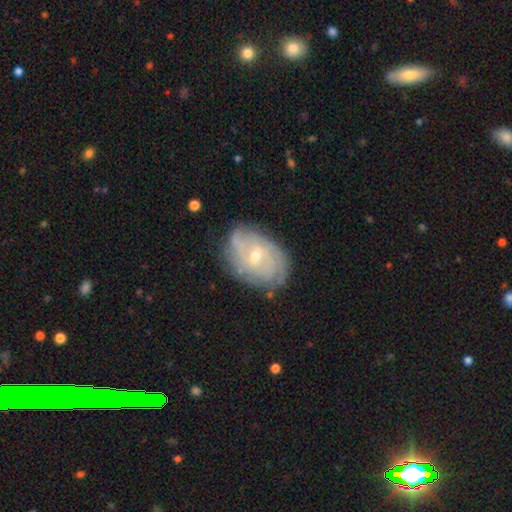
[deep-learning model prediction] smooth_or_featured: featured or disk (p=0.79) [alt: smooth p=0.15]
disk_edge_on: no (p=0.96) [alt: yes p=0.04]
bar: no (p=0.52) [alt: weak p=0.40]
has_spiral_arms: yes (p=0.89) [alt: no p=0.11]
spiral_winding: tight (p=0.66) [alt: medium p=0.25]
spiral_arm_count: can't tell (p=0.47) [alt: 2 p=0.18]
bulge_size: small (p=0.55) [alt: moderate p=0.43]
merging: none (p=0.75) [alt: minor disturbance p=0.18]